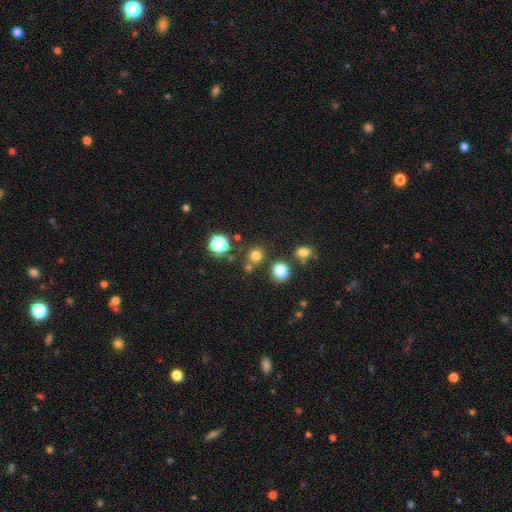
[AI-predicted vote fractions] This is likely a smooth galaxy (74%). How rounded: clearly round (89%). Merging: likely none (76%).